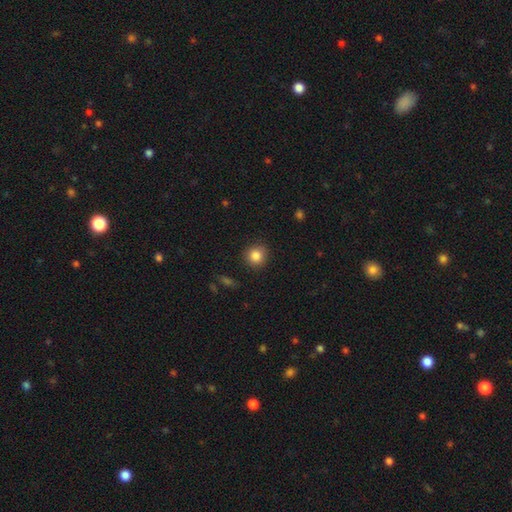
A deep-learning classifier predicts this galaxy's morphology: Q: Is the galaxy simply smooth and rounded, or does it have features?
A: smooth — 85%.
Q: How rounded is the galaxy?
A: round — 90%.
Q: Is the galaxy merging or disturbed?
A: none — 89%.